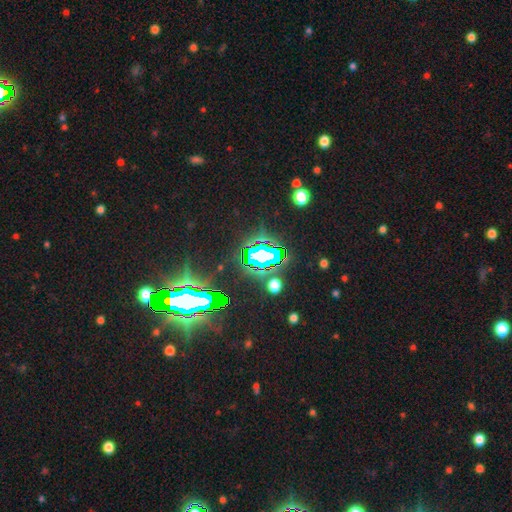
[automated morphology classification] This appears to be a star or artifact, not a galaxy (79%).